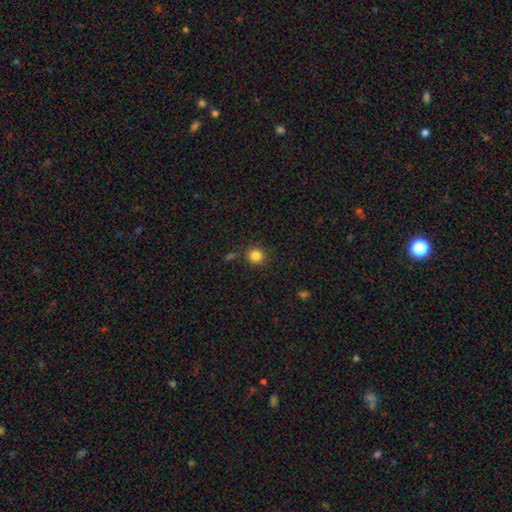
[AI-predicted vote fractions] smooth 84%, star or artifact 12%, featured or disk 4%. Down the decision tree: how rounded — round (92%); merging — none (86%).